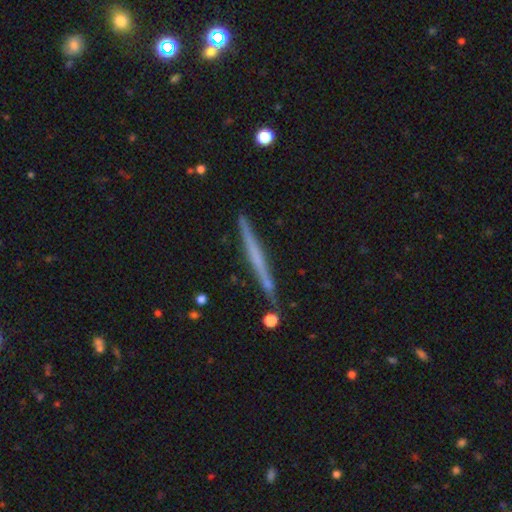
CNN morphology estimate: type=featured or disk (57%); edge-on=yes (97%); edge-on bulge=none (83%); merging=none (86%).